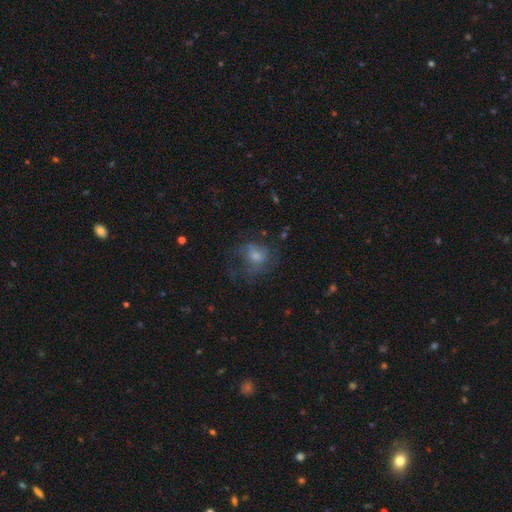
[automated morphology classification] Smooth or featured? smooth (46%)
Merging? none (47%)